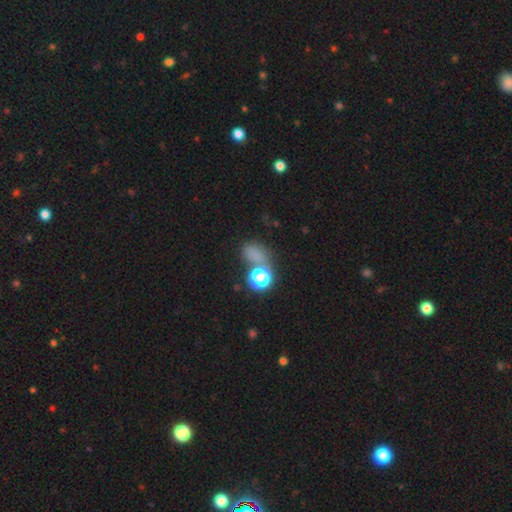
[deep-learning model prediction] Smooth or featured: smooth — 66% (star or artifact — 27%)
How rounded: in between — 59% (round — 39%)
Merging: none — 53% (merger — 21%)